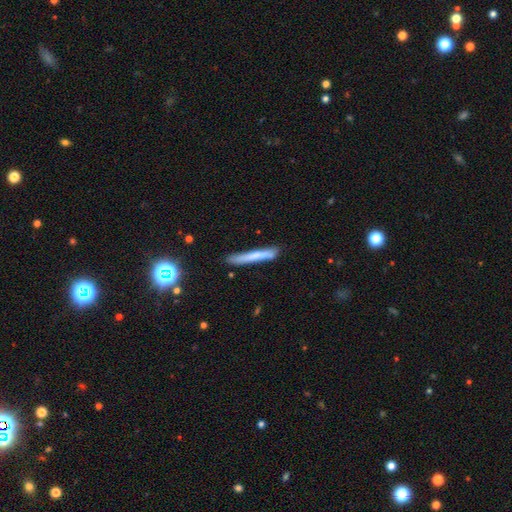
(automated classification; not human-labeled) Smooth or featured? smooth (64%)
How rounded? cigar-shaped (96%)
Merging? none (80%)